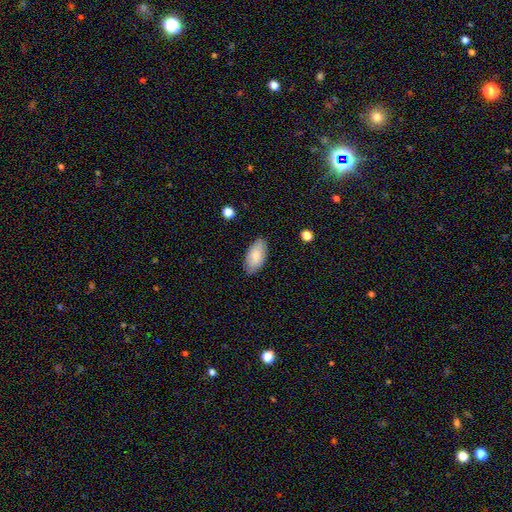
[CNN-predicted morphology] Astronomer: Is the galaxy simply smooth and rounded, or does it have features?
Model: smooth — 83%.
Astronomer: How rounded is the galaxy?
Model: in between — 94%.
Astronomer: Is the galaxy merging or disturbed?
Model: none — 83%.